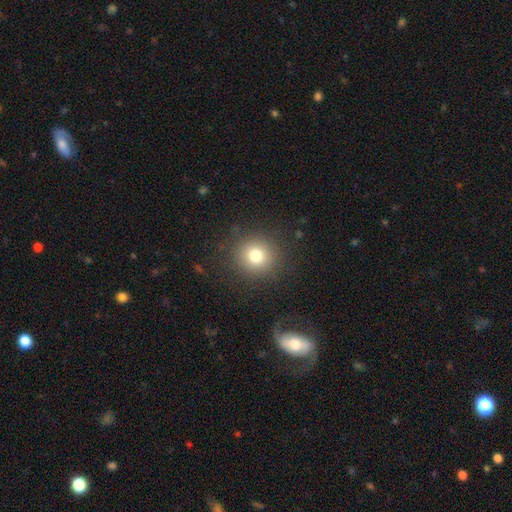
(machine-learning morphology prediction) Smooth or featured?
  - smooth: 77% *
  - star or artifact: 14%
  - featured or disk: 9%
How rounded?
  - round: 92% *
  - in between: 7%
  - cigar-shaped: 1%
Merging?
  - none: 88% *
  - minor disturbance: 7%
  - major disturbance: 4%
  - merger: 1%